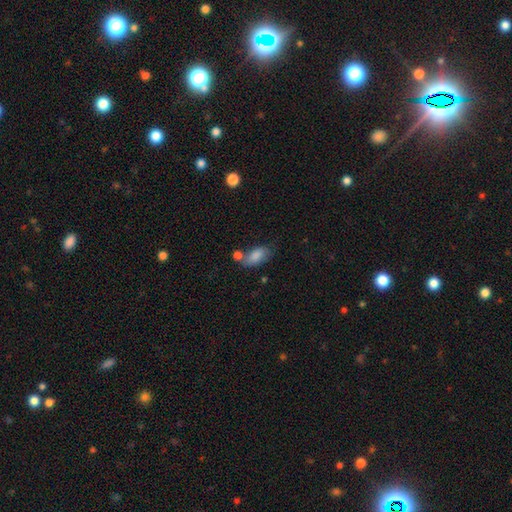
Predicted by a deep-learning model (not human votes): smooth-or-featured: smooth: 84% | featured or disk: 8% | star or artifact: 7%
  how-rounded: in between: 91% | cigar-shaped: 5% | round: 4%
  merging: none: 48% | merger: 25% | minor disturbance: 19% | major disturbance: 7%